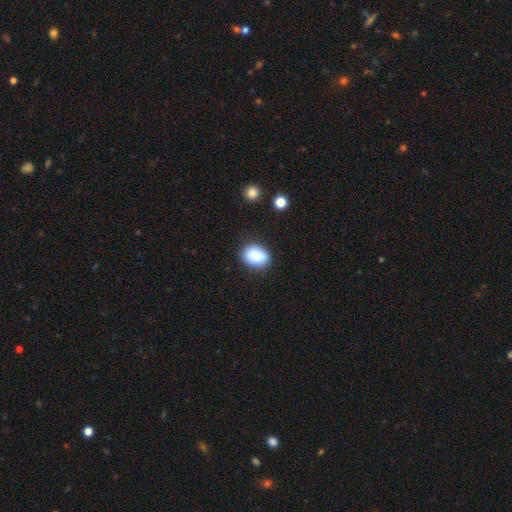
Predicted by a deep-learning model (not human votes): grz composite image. It shows a smooth galaxy with no disk features (89%) that is in between round and cigar-shaped (66%). Merging: none (84%).